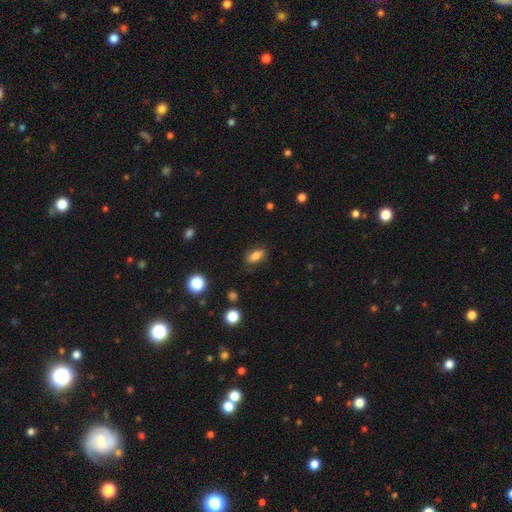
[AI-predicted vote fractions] smooth_or_featured: smooth (p=0.77) [alt: featured or disk p=0.13]
how_rounded: in between (p=0.81) [alt: cigar-shaped p=0.13]
merging: none (p=0.74) [alt: minor disturbance p=0.18]